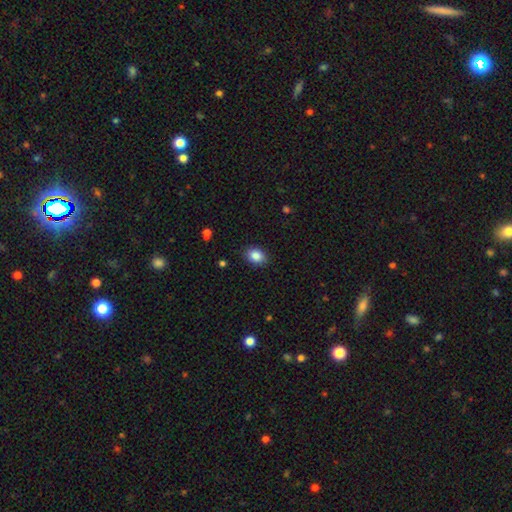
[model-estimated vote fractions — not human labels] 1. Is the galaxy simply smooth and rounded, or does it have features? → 87% smooth, 8% star or artifact, 5% featured or disk.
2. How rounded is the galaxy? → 72% in between, 27% round, 1% cigar-shaped.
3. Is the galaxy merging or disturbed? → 87% none, 10% minor disturbance, 2% major disturbance, 1% merger.